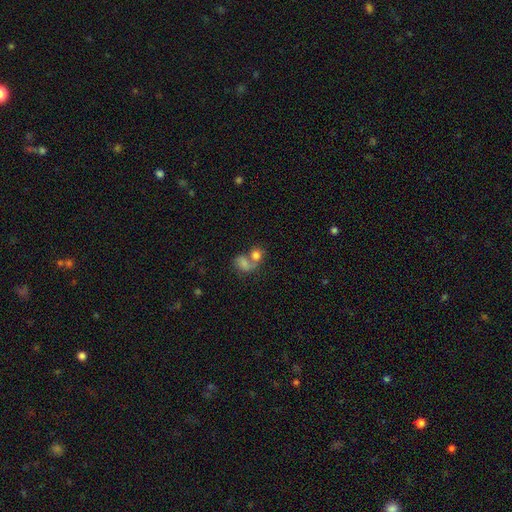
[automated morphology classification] This appears to be a smooth galaxy with no disk features (74%) that is round (55%). Merging: merger (59%).